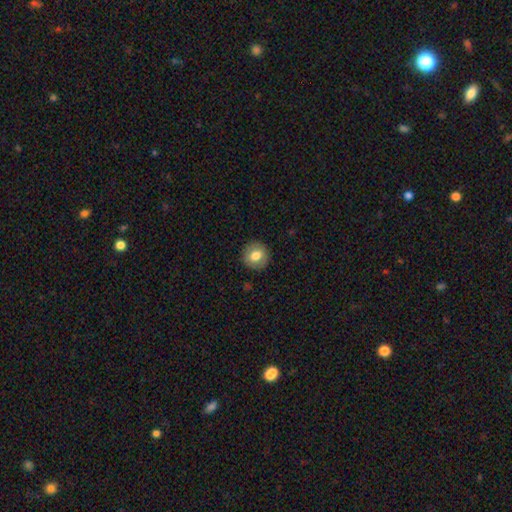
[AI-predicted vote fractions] This is likely a smooth galaxy (76%). How rounded: clearly round (88%). Merging: clearly none (90%).